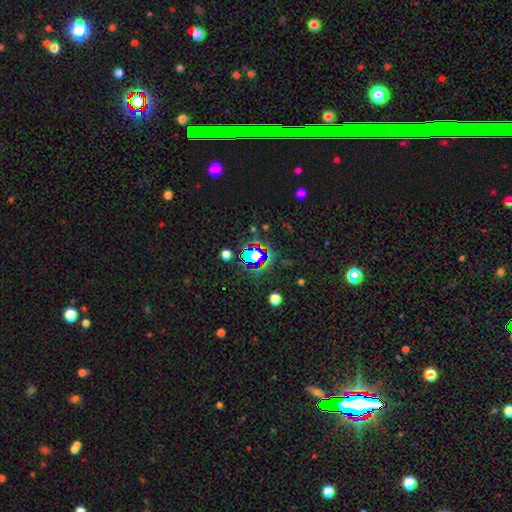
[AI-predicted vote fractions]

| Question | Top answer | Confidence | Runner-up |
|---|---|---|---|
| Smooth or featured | star or artifact | 62% | smooth (26%) |